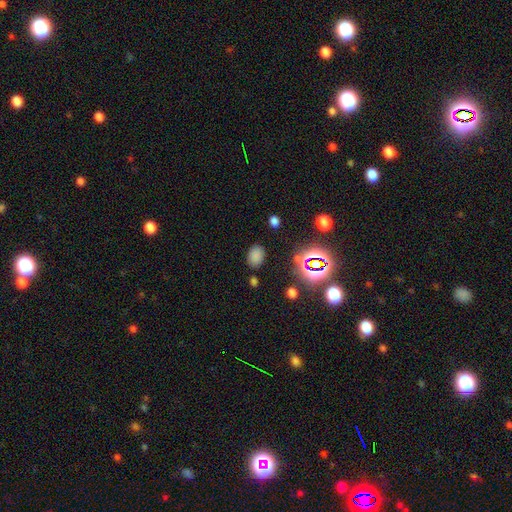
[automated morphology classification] A smooth galaxy with no disk features (71%) that is in between round and cigar-shaped (79%). Merging: none (81%).